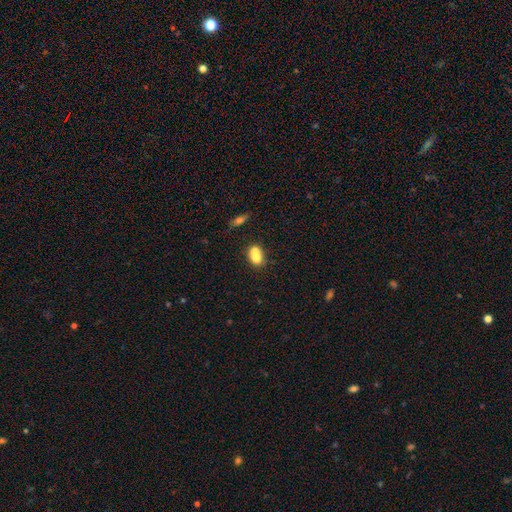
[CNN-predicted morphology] Smooth or featured? smooth (70%)
How rounded? in between (54%)
Merging? merger (63%)